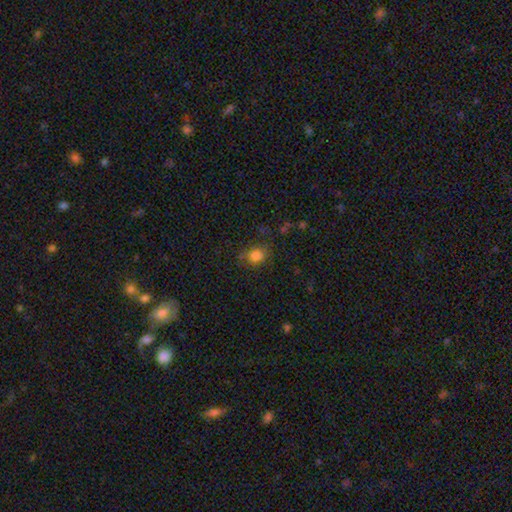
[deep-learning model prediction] A smooth galaxy with no disk features (81%) that is round (60%). Merging: none (72%).